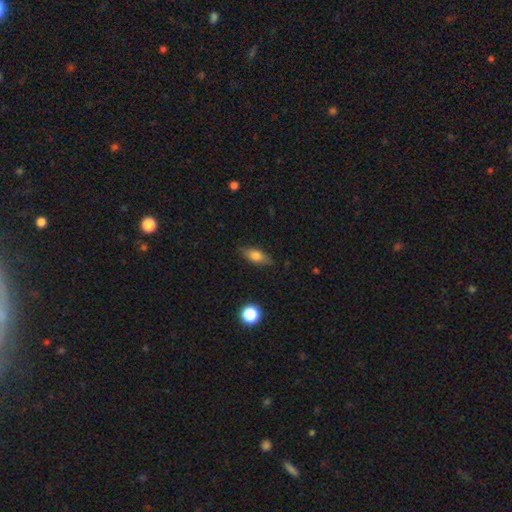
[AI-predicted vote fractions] smooth 69%, featured or disk 23%, star or artifact 8%. Down the decision tree: how rounded — in between (73%); merging — none (81%).